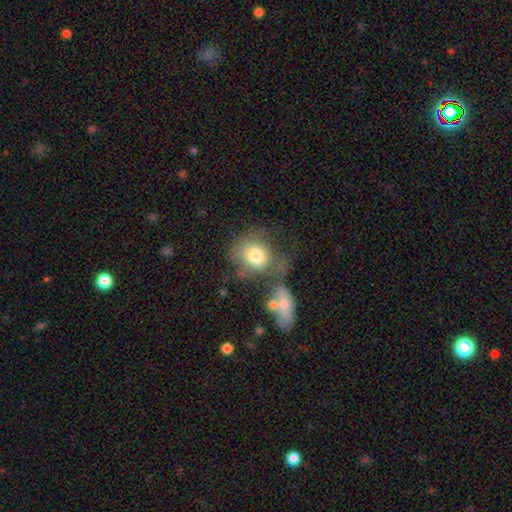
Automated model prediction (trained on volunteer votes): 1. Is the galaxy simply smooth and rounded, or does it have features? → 71% smooth, 20% featured or disk, 9% star or artifact.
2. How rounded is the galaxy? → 70% round, 28% in between, 1% cigar-shaped.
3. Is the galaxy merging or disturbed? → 37% none, 26% merger, 19% minor disturbance, 18% major disturbance.